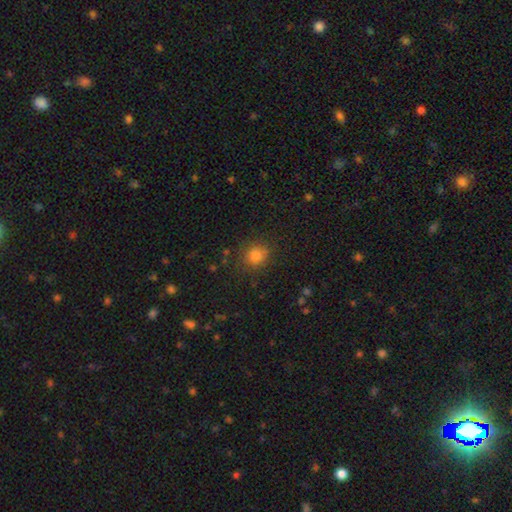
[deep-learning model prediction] Smooth or featured? Predicted: smooth (p=0.81). How rounded? Predicted: round (p=0.80). Merging? Predicted: none (p=0.82).